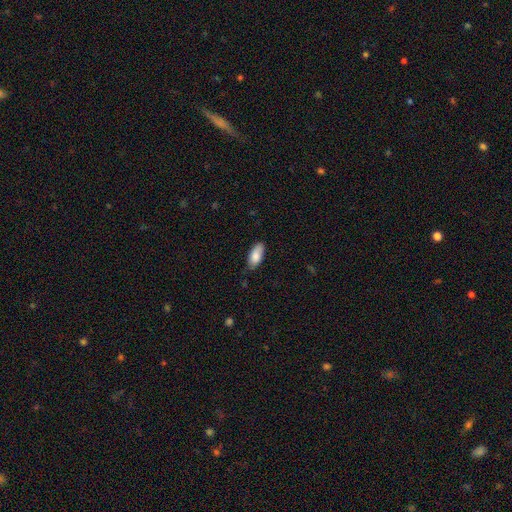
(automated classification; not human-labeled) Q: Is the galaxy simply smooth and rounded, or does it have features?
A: smooth — 84%.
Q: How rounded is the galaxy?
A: in between — 86%.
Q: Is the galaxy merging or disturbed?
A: none — 71%.